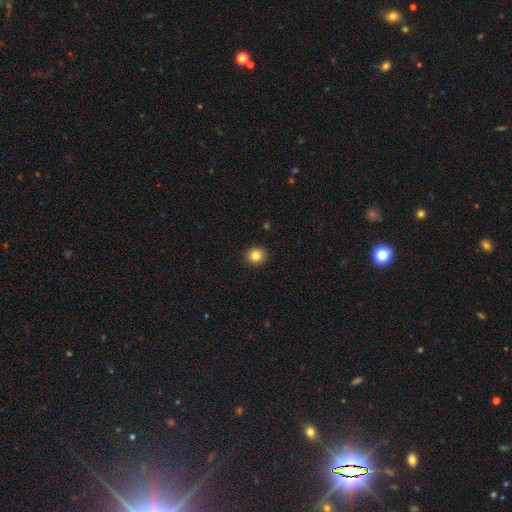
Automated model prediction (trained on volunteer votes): A smooth galaxy with no disk features (83%) that is round (88%). Merging: none (92%).